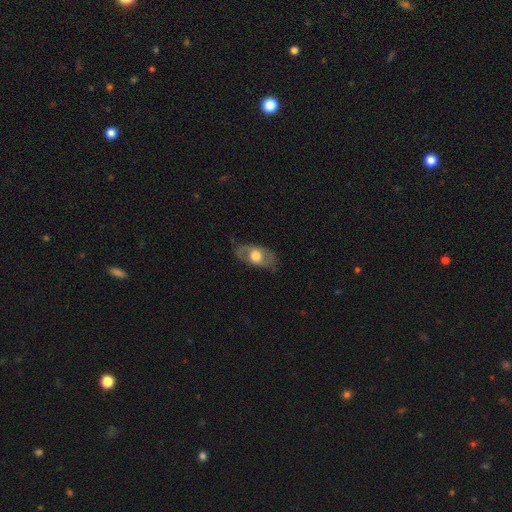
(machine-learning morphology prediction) Overall: featured or disk (53%; smooth 41%). Edge-on disk: no (81%). Merging: none (75%).